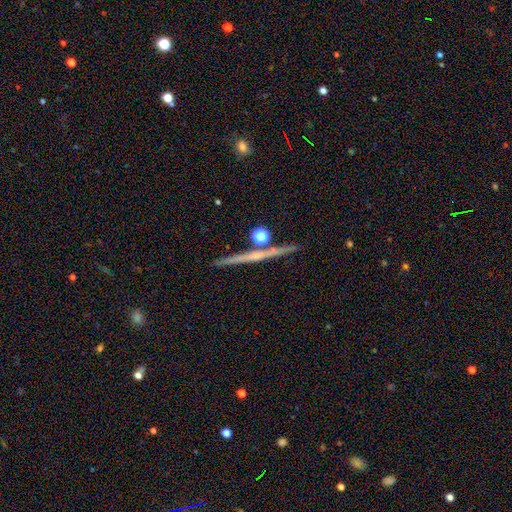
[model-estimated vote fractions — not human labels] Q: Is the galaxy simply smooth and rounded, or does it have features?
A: featured or disk — 62%.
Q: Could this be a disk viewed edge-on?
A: yes — 97%.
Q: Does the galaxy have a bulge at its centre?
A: none — 66%.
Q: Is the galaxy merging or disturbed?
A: none — 87%.